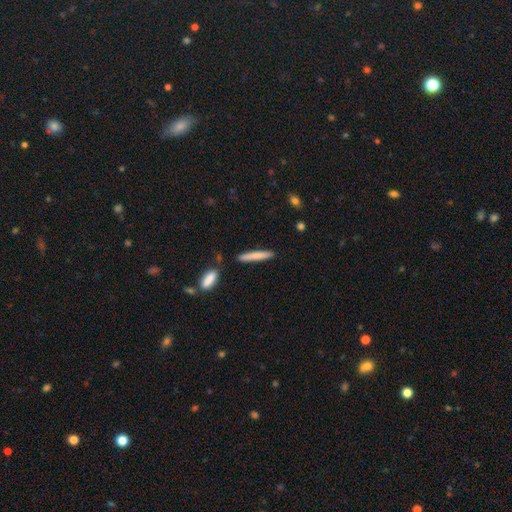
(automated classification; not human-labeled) smooth 77%, featured or disk 17%, star or artifact 6%. Down the decision tree: how rounded — cigar-shaped (93%); merging — none (85%).